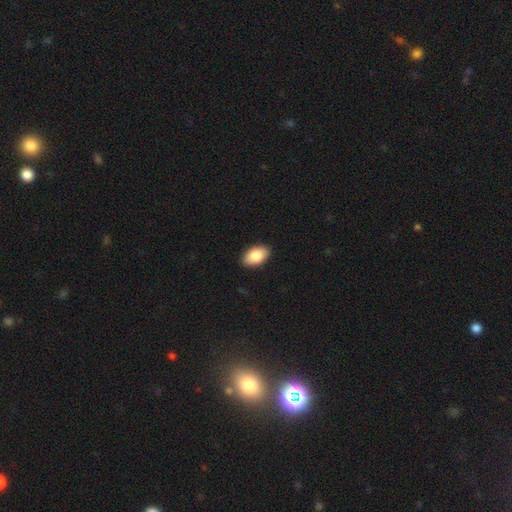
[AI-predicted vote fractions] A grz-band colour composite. It shows a smooth galaxy with no disk features (86%) that is in between round and cigar-shaped (94%). Merging: none (90%).